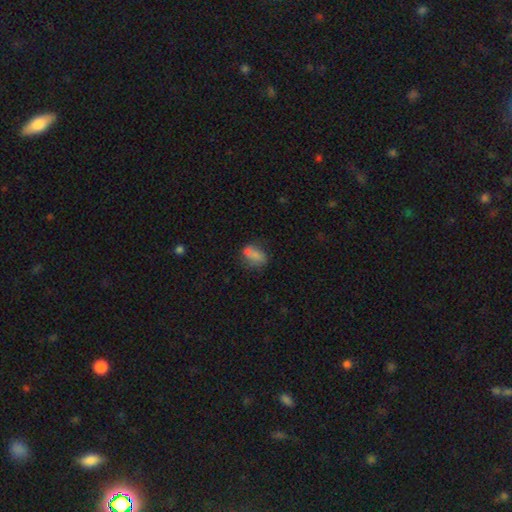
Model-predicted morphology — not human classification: Overall: smooth (73%). How rounded: in between (76%). Merging: none (45%; merger 31%).